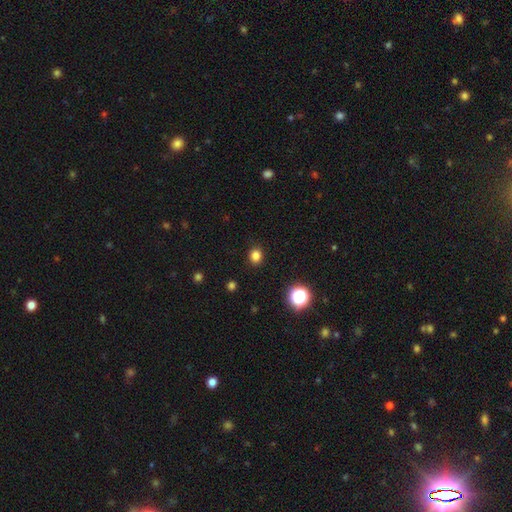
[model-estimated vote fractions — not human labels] Smooth or featured?
  - smooth: 81% *
  - star or artifact: 15%
  - featured or disk: 4%
How rounded?
  - round: 73% *
  - in between: 27%
  - cigar-shaped: 1%
Merging?
  - none: 90% *
  - minor disturbance: 7%
  - major disturbance: 2%
  - merger: 1%